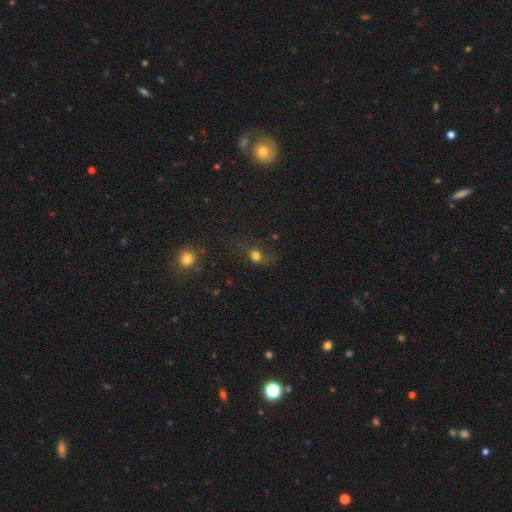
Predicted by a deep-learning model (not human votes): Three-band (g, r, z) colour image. It shows a smooth galaxy with no disk features (68%) that is round (71%). Merging: none (58%).